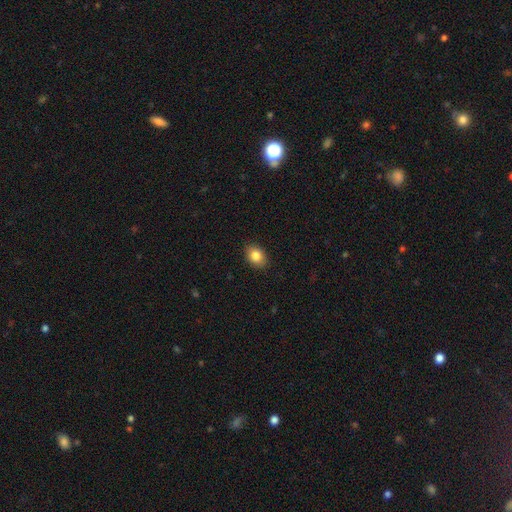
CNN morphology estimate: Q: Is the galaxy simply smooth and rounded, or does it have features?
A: smooth — 85%.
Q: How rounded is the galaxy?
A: in between — 67%.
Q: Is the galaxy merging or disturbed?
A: none — 89%.